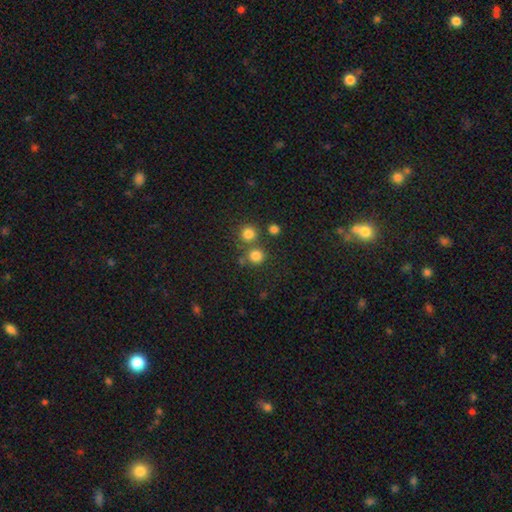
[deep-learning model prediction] smooth 79%, star or artifact 15%, featured or disk 6%. Down the decision tree: how rounded — round (90%); merging — none (70%).